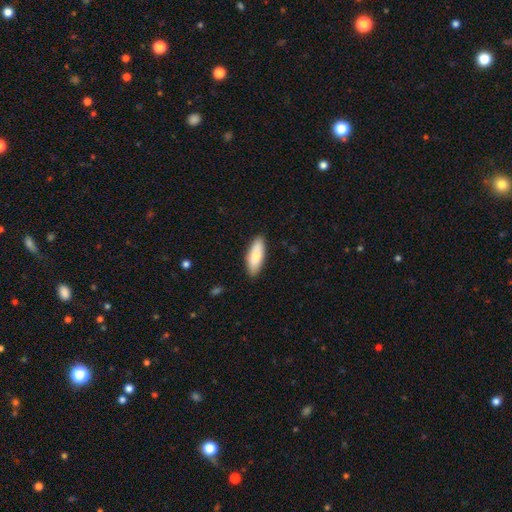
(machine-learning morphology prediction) Smooth or featured: smooth — 76% (featured or disk — 19%)
How rounded: in between — 70% (cigar-shaped — 28%)
Merging: none — 88% (minor disturbance — 10%)